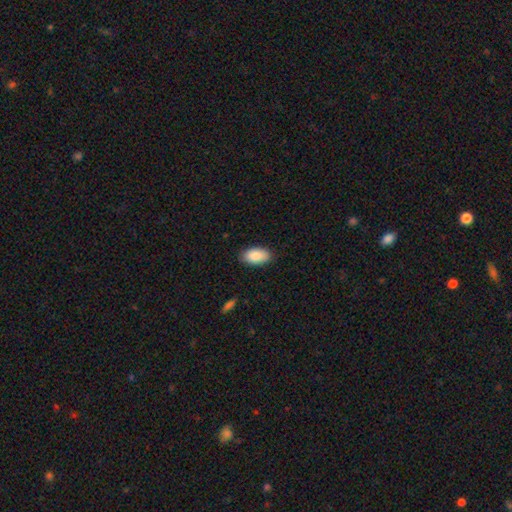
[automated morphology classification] smooth_or_featured: smooth (p=0.88) [alt: star or artifact p=0.06]
how_rounded: in between (p=0.95) [alt: round p=0.03]
merging: none (p=0.87) [alt: minor disturbance p=0.10]